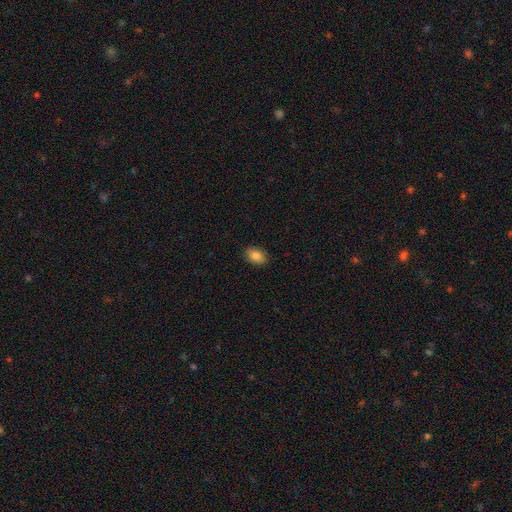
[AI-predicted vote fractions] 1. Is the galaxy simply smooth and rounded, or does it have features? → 85% smooth, 8% star or artifact, 7% featured or disk.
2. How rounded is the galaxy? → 87% in between, 12% round, 1% cigar-shaped.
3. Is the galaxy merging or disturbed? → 88% none, 9% minor disturbance, 2% major disturbance, 1% merger.